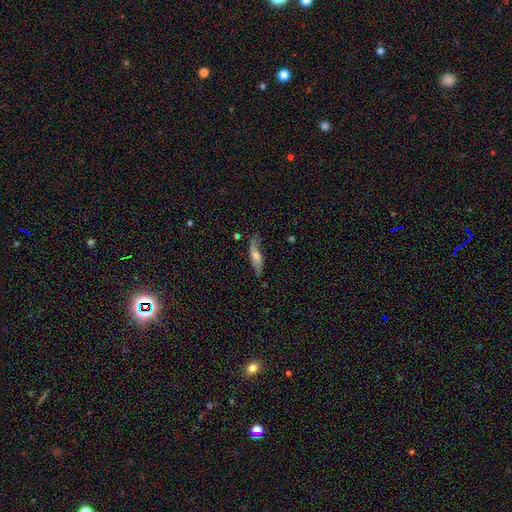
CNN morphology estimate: Smooth or featured? featured or disk (56%)
Edge-on disk? no (70%)
Merging? none (68%)